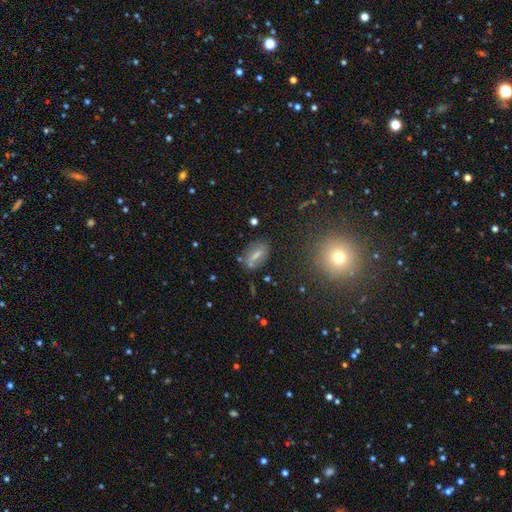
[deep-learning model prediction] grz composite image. It shows a smooth galaxy with no disk features (60%) that is in between round and cigar-shaped (78%). Merging: none (72%).